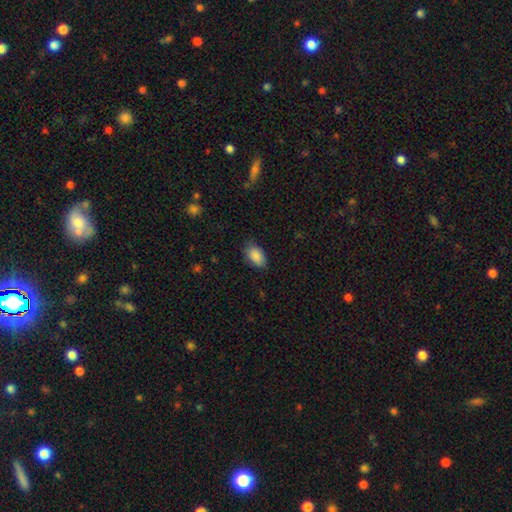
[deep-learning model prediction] Overall: smooth (89%). How rounded: in between (91%). Merging: none (77%).